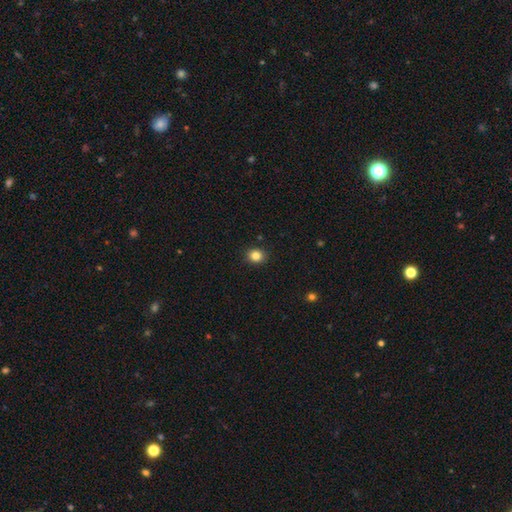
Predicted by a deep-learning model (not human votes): Smooth or featured: smooth — 84% (star or artifact — 11%)
How rounded: round — 72% (in between — 27%)
Merging: none — 91% (minor disturbance — 6%)